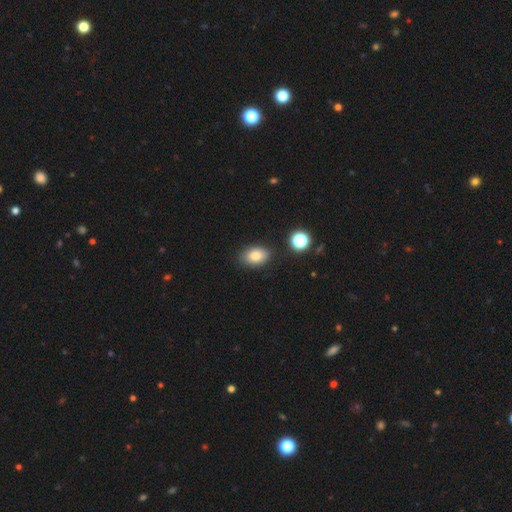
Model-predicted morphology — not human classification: Smooth or featured: smooth — 82% (star or artifact — 10%)
How rounded: in between — 82% (round — 17%)
Merging: none — 85% (minor disturbance — 10%)